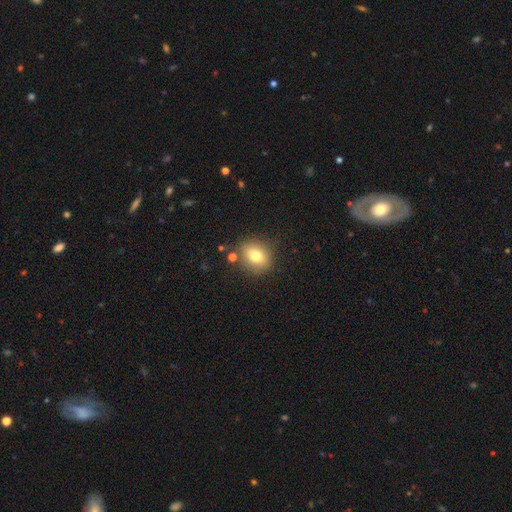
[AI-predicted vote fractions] A smooth galaxy with no disk features (75%) that is round (60%).

Vote fractions:
- Smooth or featured? smooth: 75% / featured or disk: 15% / star or artifact: 11%
- How rounded? round: 60% / in between: 39% / cigar-shaped: 1%
- Merging? none: 80% / minor disturbance: 12% / merger: 4% / major disturbance: 3%